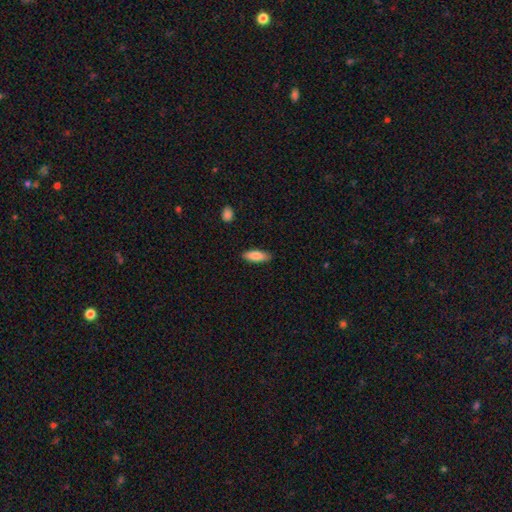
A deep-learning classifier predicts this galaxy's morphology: This is clearly a smooth galaxy (85%). How rounded: likely in between (68%). Merging: clearly none (86%).